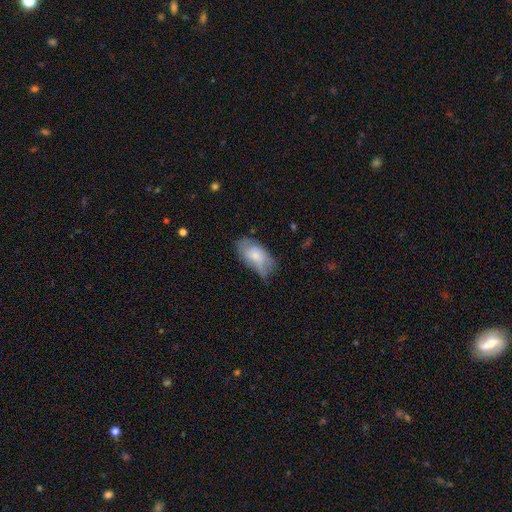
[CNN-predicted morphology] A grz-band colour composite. It shows a smooth galaxy with no disk features (65%) that is in between round and cigar-shaped (93%). Merging: none (52%).